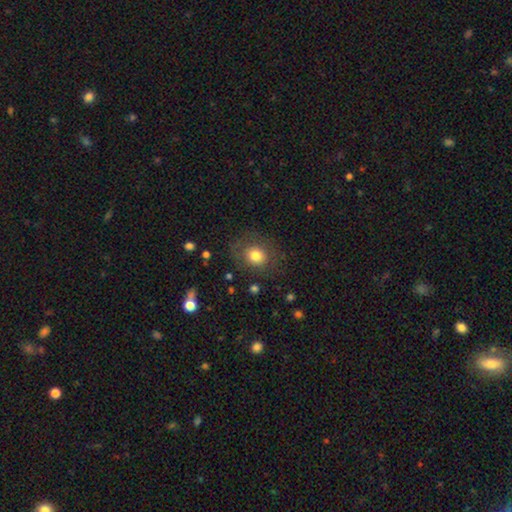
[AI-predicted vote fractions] This is likely a smooth galaxy (77%). How rounded: likely round (71%). Merging: likely none (78%).